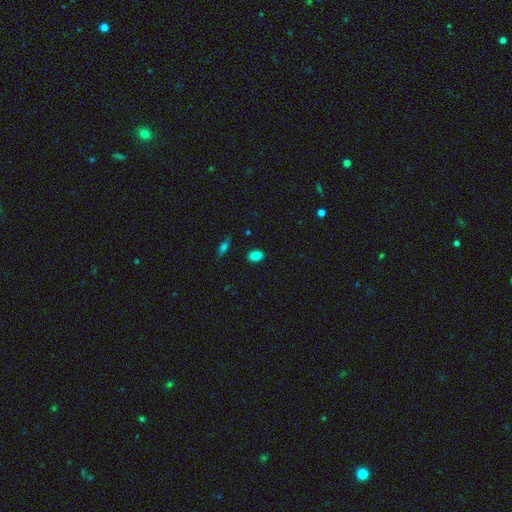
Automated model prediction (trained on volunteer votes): Smooth or featured?
  - smooth: 85% *
  - star or artifact: 10%
  - featured or disk: 5%
How rounded?
  - in between: 79% *
  - round: 20%
  - cigar-shaped: 2%
Merging?
  - none: 88% *
  - minor disturbance: 9%
  - major disturbance: 2%
  - merger: 1%